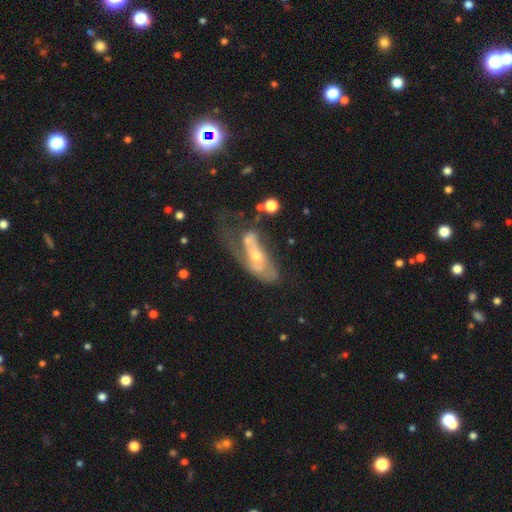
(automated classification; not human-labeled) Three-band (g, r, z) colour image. It shows a featured or disk galaxy (69%) with no bar (62%), spiral arms (64%) and a moderate central bulge (48%). Merging: major disturbance (44%).